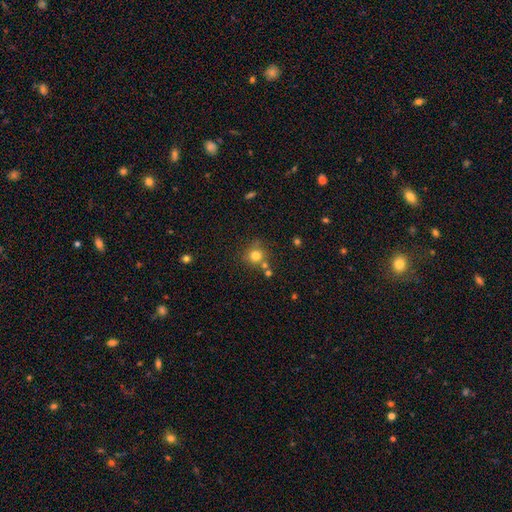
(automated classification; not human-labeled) Smooth or featured: smooth — 78% (star or artifact — 14%)
How rounded: round — 89% (in between — 10%)
Merging: none — 68% (merger — 15%)